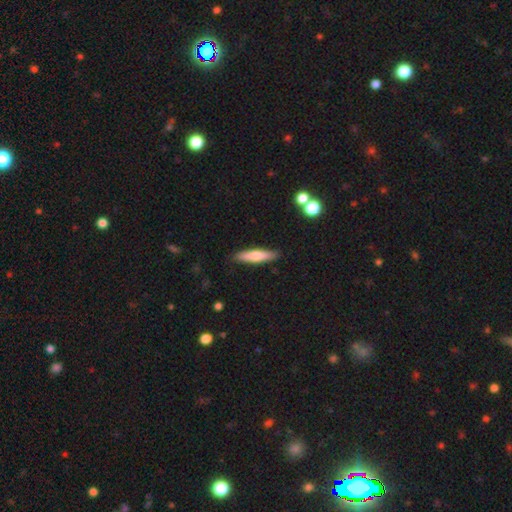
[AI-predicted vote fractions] smooth-or-featured: smooth: 65% | featured or disk: 29% | star or artifact: 6%
  how-rounded: cigar-shaped: 83% | in between: 16% | round: 2%
  merging: none: 88% | minor disturbance: 8% | major disturbance: 2% | merger: 2%